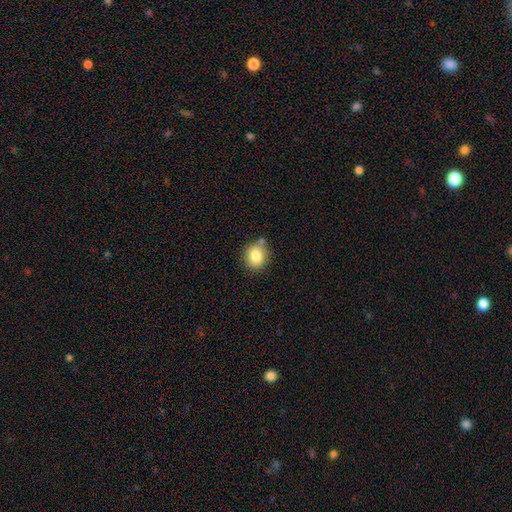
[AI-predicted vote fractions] This is clearly a smooth galaxy (83%). How rounded: likely round (72%). Merging: likely none (72%).